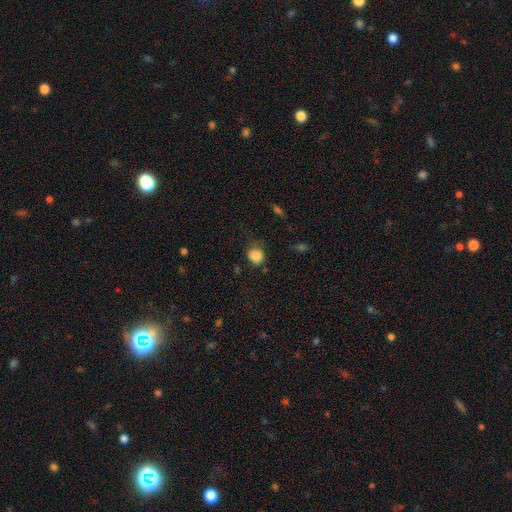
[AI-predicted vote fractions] Morphology: type=smooth (86%); roundness=round (85%); merging=none (70%).